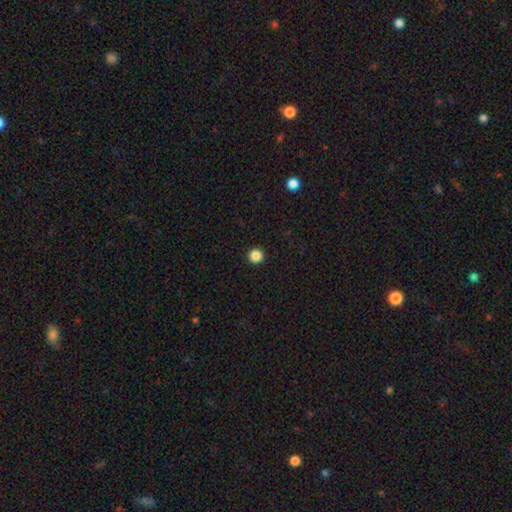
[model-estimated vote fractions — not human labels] smooth_or_featured: smooth (p=0.87) [alt: star or artifact p=0.11]
how_rounded: round (p=0.95) [alt: in between p=0.04]
merging: none (p=0.94) [alt: minor disturbance p=0.04]